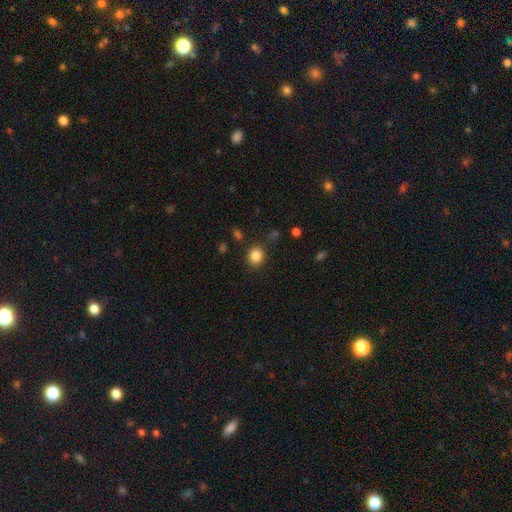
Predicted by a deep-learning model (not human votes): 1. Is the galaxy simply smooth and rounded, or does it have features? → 85% smooth, 10% star or artifact, 4% featured or disk.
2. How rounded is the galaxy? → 77% round, 23% in between, 1% cigar-shaped.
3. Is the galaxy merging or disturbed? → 85% none, 9% minor disturbance, 3% major disturbance, 2% merger.